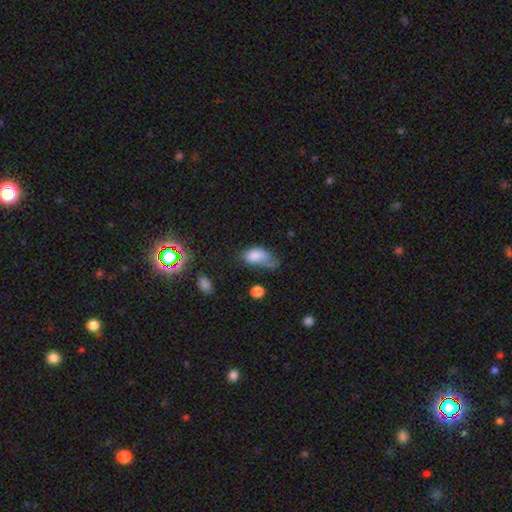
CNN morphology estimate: Smooth or featured: smooth — 76% (featured or disk — 14%)
How rounded: in between — 91% (round — 6%)
Merging: major disturbance — 38% (minor disturbance — 33%)